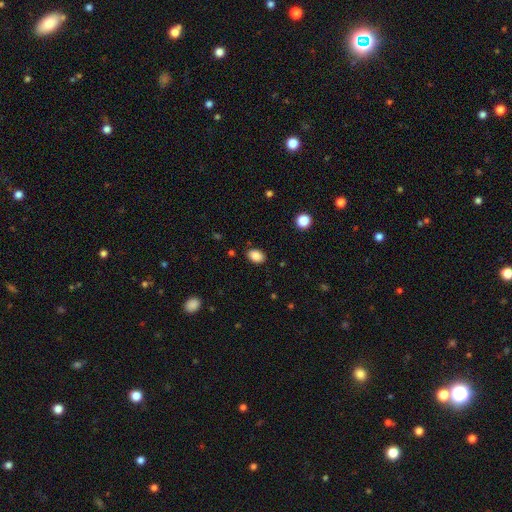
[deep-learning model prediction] Overall: smooth (88%). How rounded: in between (82%). Merging: none (87%).